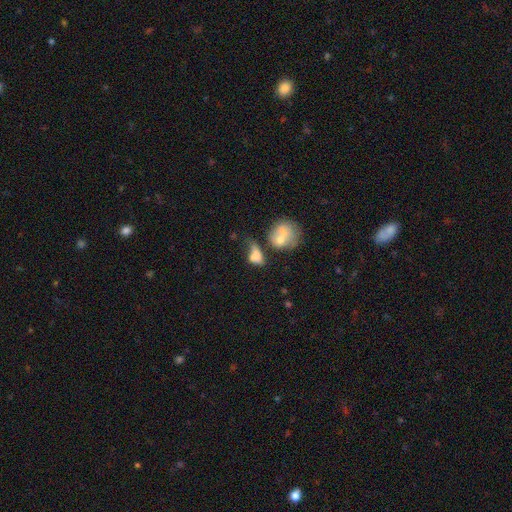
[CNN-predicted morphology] This appears to be a smooth galaxy with no disk features (68%) that is in between round and cigar-shaped (71%). Merging: merger (32%).